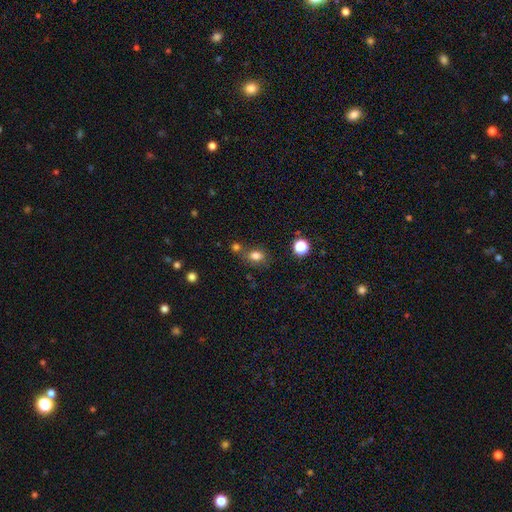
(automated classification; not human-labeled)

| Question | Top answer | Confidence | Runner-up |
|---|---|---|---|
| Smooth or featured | smooth | 78% | star or artifact (14%) |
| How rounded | in between | 66% | round (32%) |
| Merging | none | 63% | merger (18%) |